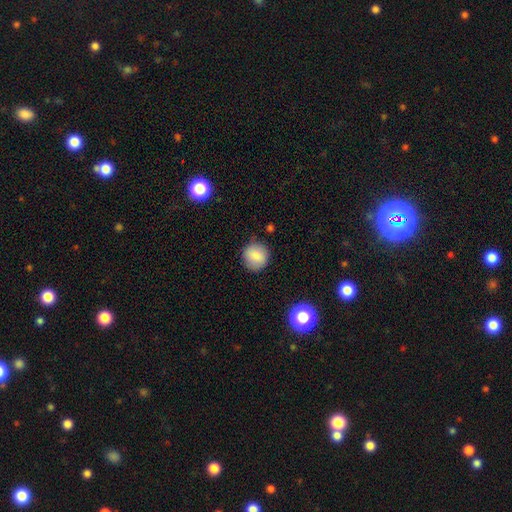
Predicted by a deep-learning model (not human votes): smooth_or_featured: smooth (p=0.86) [alt: star or artifact p=0.09]
how_rounded: round (p=0.90) [alt: in between p=0.09]
merging: none (p=0.85) [alt: minor disturbance p=0.11]